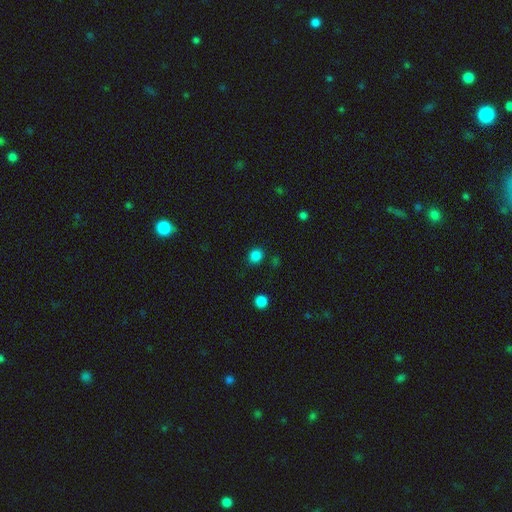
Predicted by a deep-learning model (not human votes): This is clearly a smooth galaxy (84%). How rounded: likely round (78%). Merging: clearly none (84%).